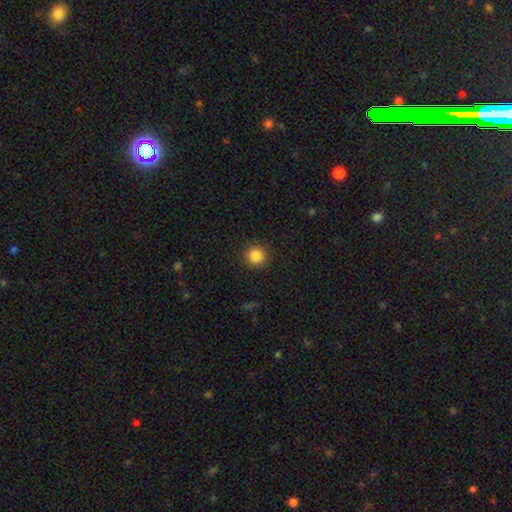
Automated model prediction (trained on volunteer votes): A smooth galaxy with no disk features (86%) that is round (93%).

Vote fractions:
- Smooth or featured? smooth: 86% / star or artifact: 10% / featured or disk: 3%
- How rounded? round: 93% / in between: 6% / cigar-shaped: 1%
- Merging? none: 90% / minor disturbance: 7% / major disturbance: 2% / merger: 1%